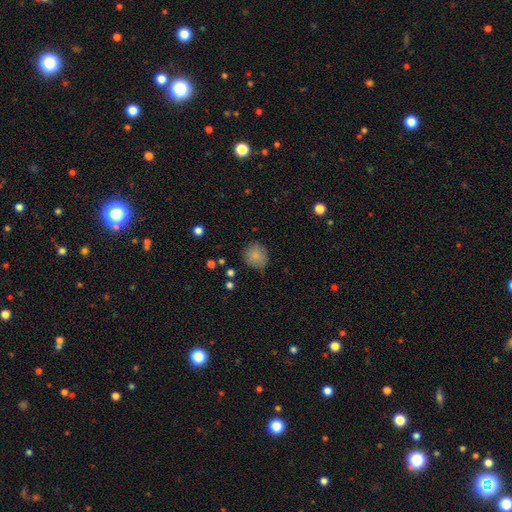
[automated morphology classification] smooth_or_featured: smooth (p=0.83) [alt: star or artifact p=0.09]
how_rounded: round (p=0.80) [alt: in between p=0.19]
merging: none (p=0.69) [alt: minor disturbance p=0.24]